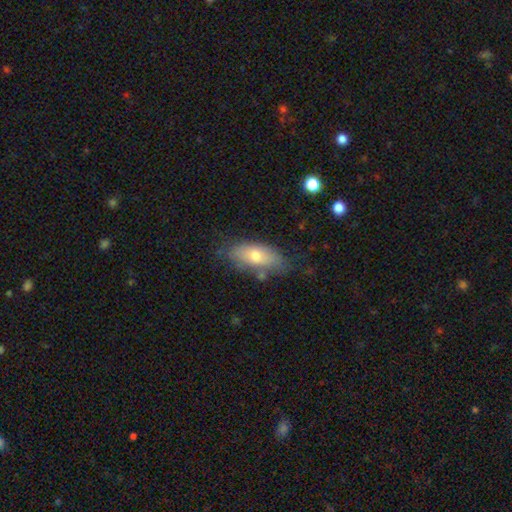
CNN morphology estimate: smooth_or_featured: smooth (p=0.69) [alt: featured or disk p=0.24]
how_rounded: in between (p=0.84) [alt: cigar-shaped p=0.13]
merging: none (p=0.68) [alt: minor disturbance p=0.22]